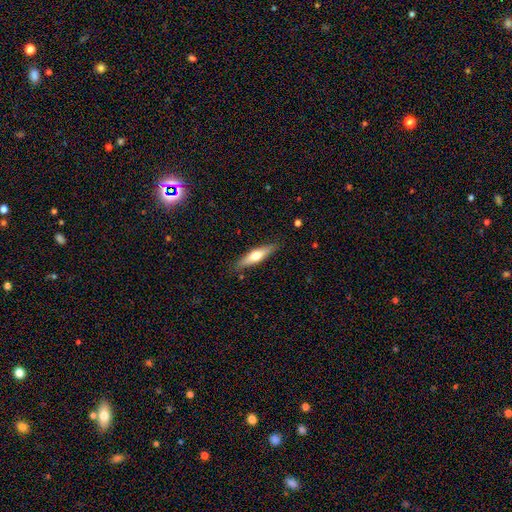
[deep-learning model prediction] The model was most divided on "smooth or featured": smooth: 49%, featured or disk: 45%, star or artifact: 6%. More confident: merging — none (86%).